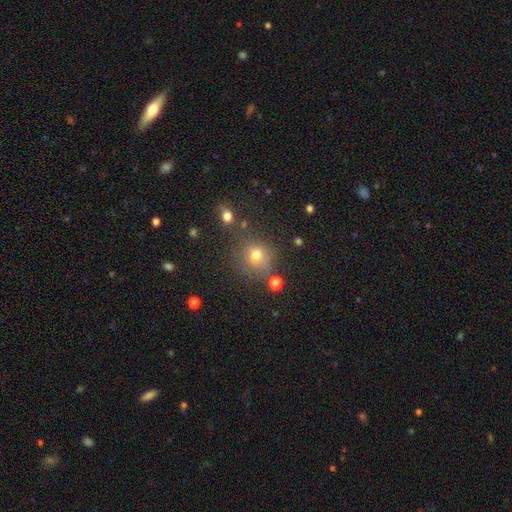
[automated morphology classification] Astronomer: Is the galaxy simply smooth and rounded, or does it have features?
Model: smooth — 72%.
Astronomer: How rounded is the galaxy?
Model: round — 86%.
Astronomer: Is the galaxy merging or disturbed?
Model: none — 74%.